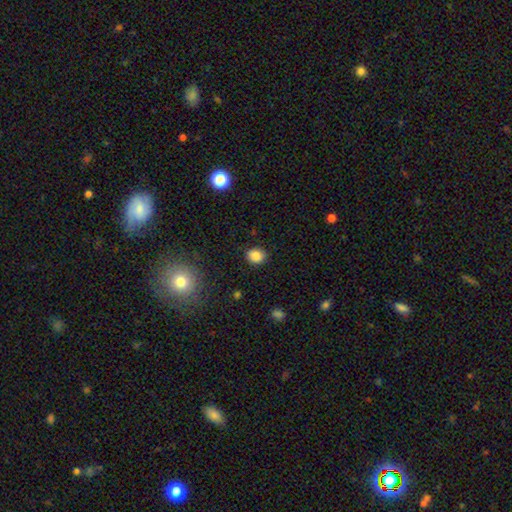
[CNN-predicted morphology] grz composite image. It shows a smooth galaxy with no disk features (86%) that is round (64%). Merging: none (86%).